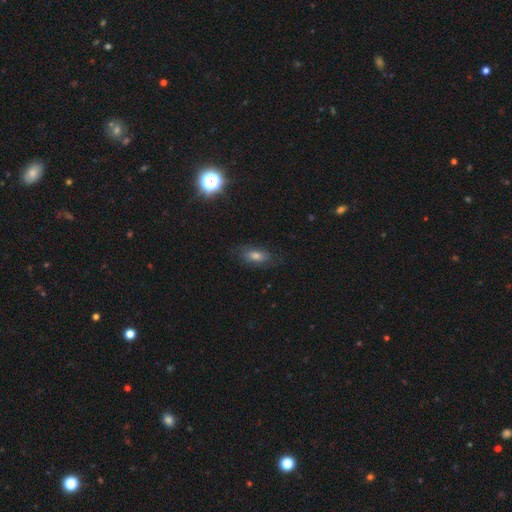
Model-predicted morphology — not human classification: smooth-or-featured: smooth: 47% | featured or disk: 33% | star or artifact: 20%
  merging: none: 75% | minor disturbance: 17% | major disturbance: 6% | merger: 1%